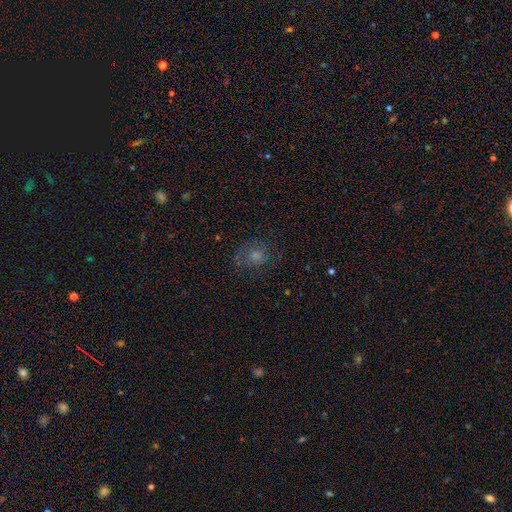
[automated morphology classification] Overall: featured or disk (42%; smooth 41%). Merging: none (70%).